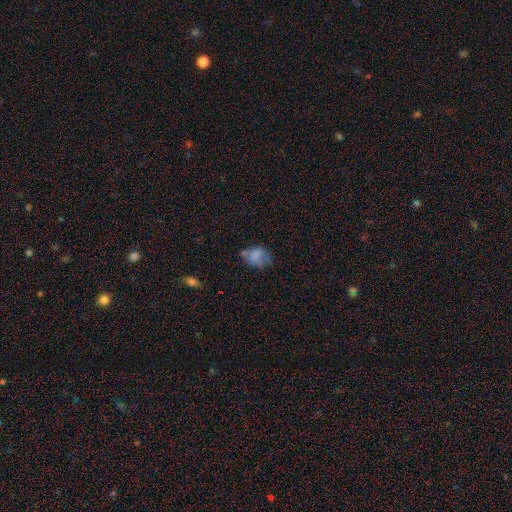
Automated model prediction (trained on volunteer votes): Smooth or featured? Predicted: smooth (p=0.69). How rounded? Predicted: in between (p=0.66). Merging? Predicted: none (p=0.44).